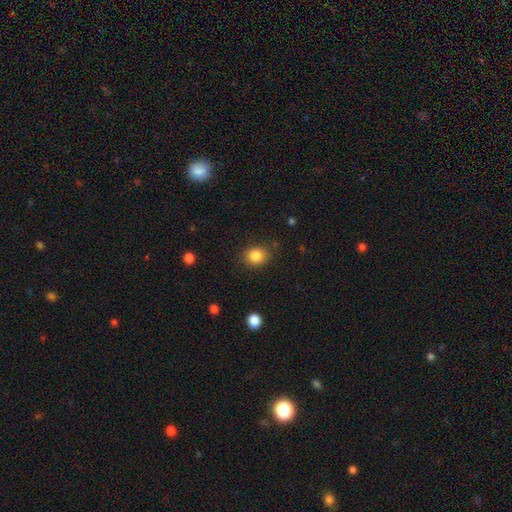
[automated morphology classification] Smooth or featured?
  - smooth: 85% *
  - star or artifact: 10%
  - featured or disk: 5%
How rounded?
  - round: 65% *
  - in between: 34%
  - cigar-shaped: 1%
Merging?
  - none: 83% *
  - minor disturbance: 12%
  - major disturbance: 3%
  - merger: 2%